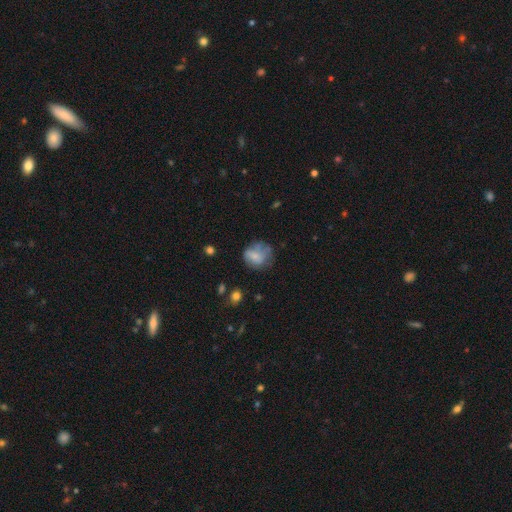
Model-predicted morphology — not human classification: Overall: smooth (70%). How rounded: round (70%). Merging: none (50%; minor disturbance 29%).